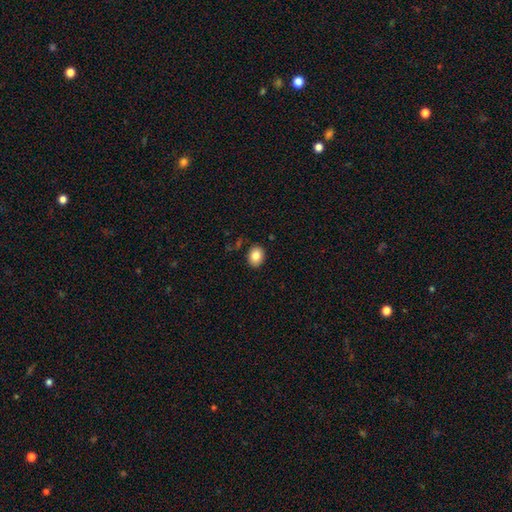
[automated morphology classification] This appears to be a smooth galaxy with no disk features (84%) that is in between round and cigar-shaped (60%). Merging: none (88%).